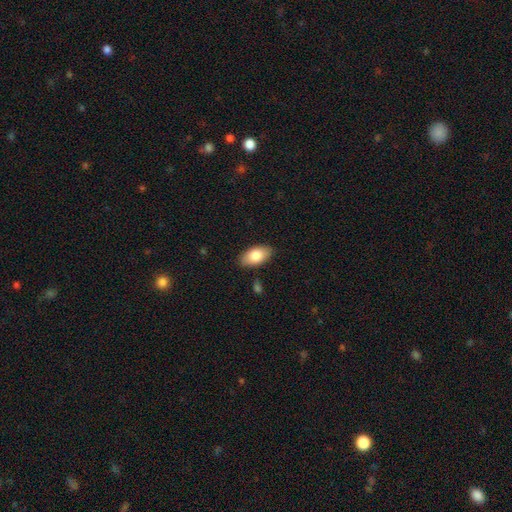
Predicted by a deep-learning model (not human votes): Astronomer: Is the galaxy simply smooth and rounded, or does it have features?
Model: smooth — 82%.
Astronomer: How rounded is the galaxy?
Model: in between — 94%.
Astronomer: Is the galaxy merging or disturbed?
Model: none — 86%.